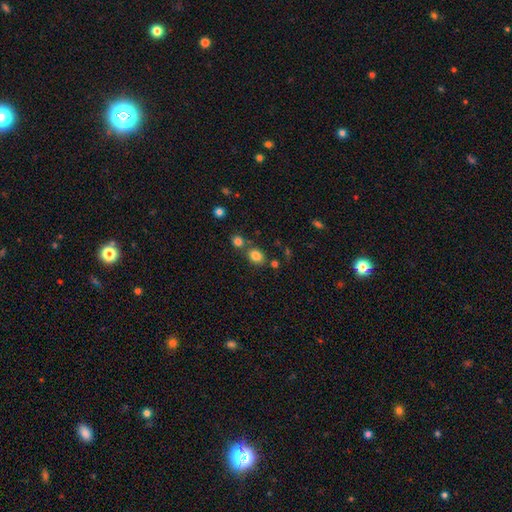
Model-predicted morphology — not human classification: smooth_or_featured: smooth (p=0.82) [alt: star or artifact p=0.12]
how_rounded: round (p=0.54) [alt: in between p=0.45]
merging: none (p=0.66) [alt: merger p=0.20]